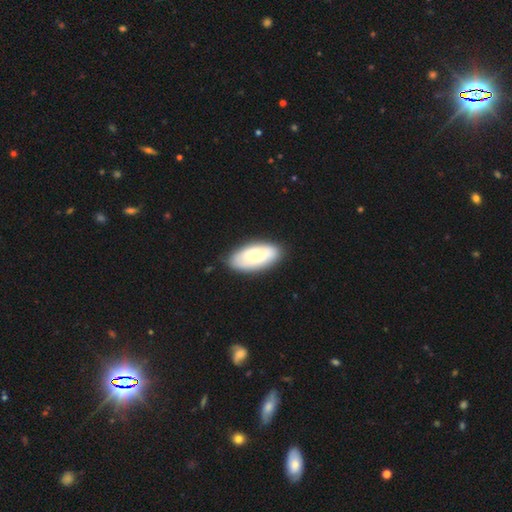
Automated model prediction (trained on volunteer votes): smooth_or_featured: smooth (p=0.62) [alt: featured or disk p=0.32]
how_rounded: in between (p=0.91) [alt: cigar-shaped p=0.06]
merging: none (p=0.81) [alt: minor disturbance p=0.14]